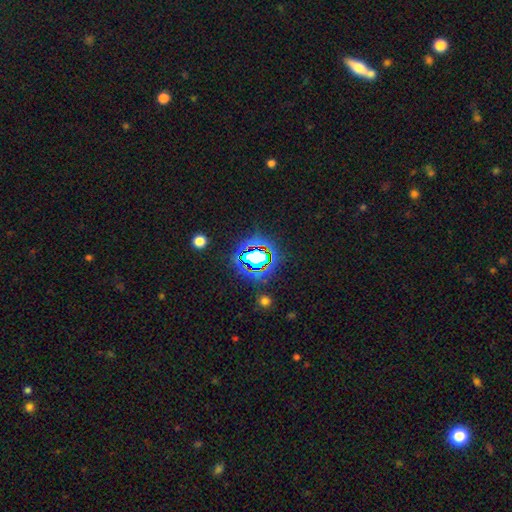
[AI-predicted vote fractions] Smooth or featured? star or artifact (67%)